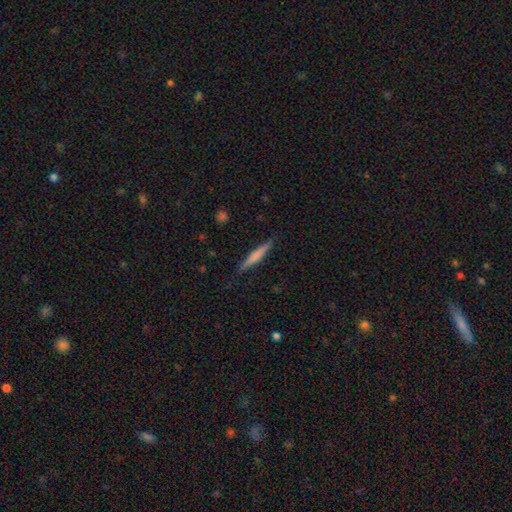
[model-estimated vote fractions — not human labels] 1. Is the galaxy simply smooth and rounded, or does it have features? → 58% smooth, 36% featured or disk, 6% star or artifact.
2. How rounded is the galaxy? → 93% cigar-shaped, 5% in between, 2% round.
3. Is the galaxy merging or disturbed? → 87% none, 10% minor disturbance, 2% major disturbance, 1% merger.